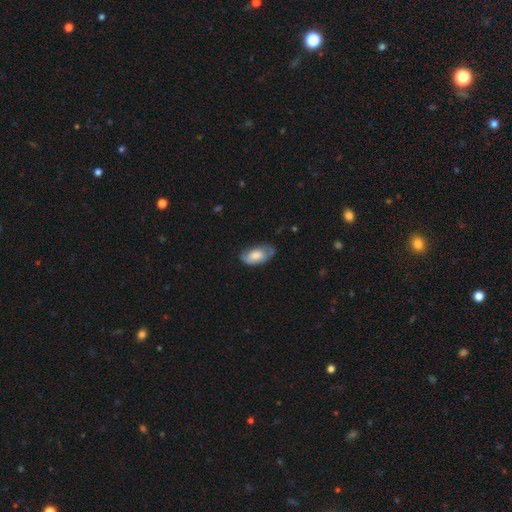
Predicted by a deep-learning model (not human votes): smooth-or-featured: smooth: 60% | featured or disk: 34% | star or artifact: 6%
  how-rounded: in between: 93% | round: 4% | cigar-shaped: 3%
  merging: none: 61% | minor disturbance: 29% | major disturbance: 9% | merger: 2%